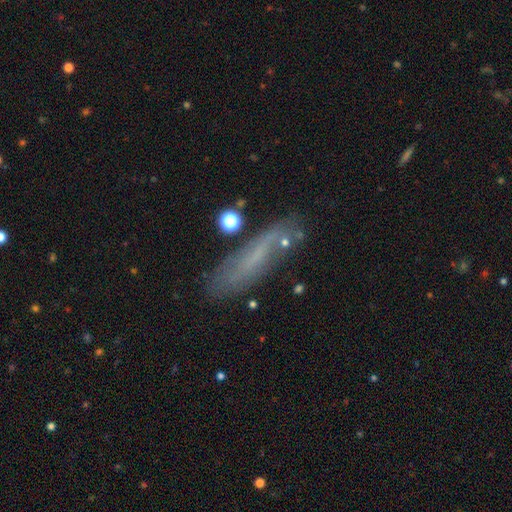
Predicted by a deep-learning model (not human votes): Smooth or featured? Predicted: smooth (p=0.50). How rounded? Predicted: cigar-shaped (p=0.76). Merging? Predicted: none (p=0.68).